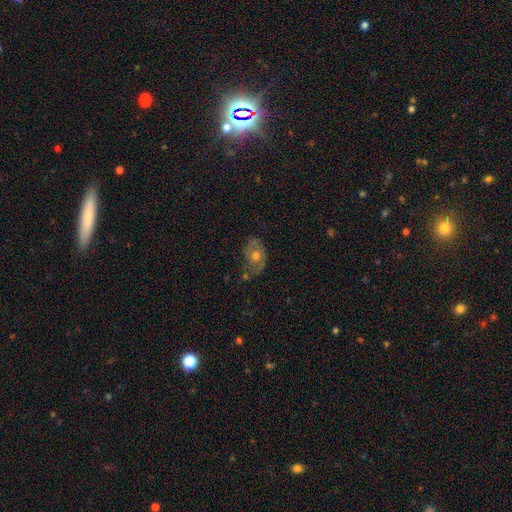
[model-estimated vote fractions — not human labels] Smooth or featured: featured or disk — 58% (smooth — 32%)
Edge-on disk: no — 94% (yes — 6%)
Bar: no — 83% (weak — 14%)
Spiral arms: yes — 61% (no — 39%)
Bulge size: moderate — 74% (small — 15%)
Merging: none — 50% (minor disturbance — 28%)